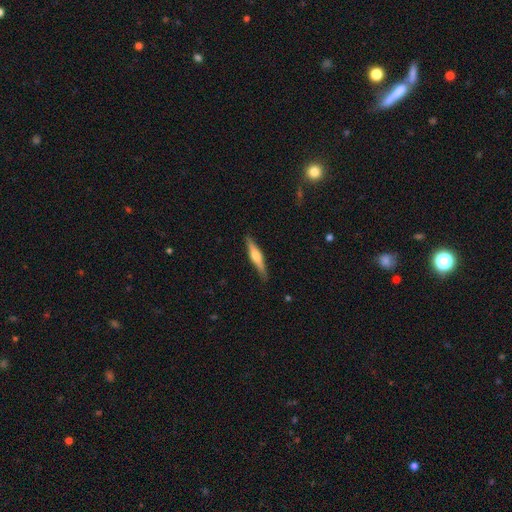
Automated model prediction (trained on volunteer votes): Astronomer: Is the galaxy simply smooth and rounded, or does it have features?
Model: featured or disk — 57% (runner-up: smooth, 37%).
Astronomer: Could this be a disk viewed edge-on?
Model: yes — 96%.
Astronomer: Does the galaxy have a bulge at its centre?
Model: rounded — 81%.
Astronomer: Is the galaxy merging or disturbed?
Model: none — 87%.